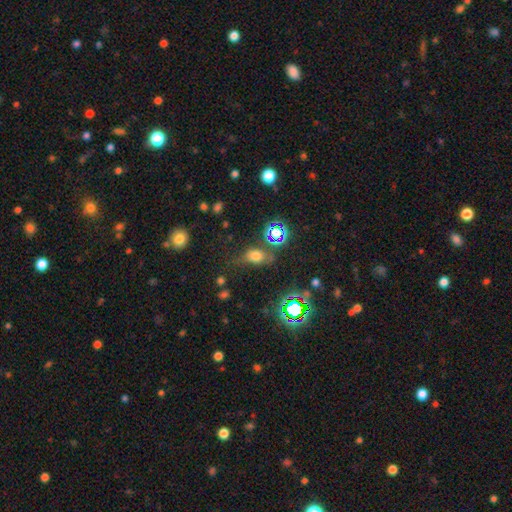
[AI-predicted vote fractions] This appears to be a smooth galaxy with no disk features (60%) that is in between round and cigar-shaped (65%). Merging: none (62%).